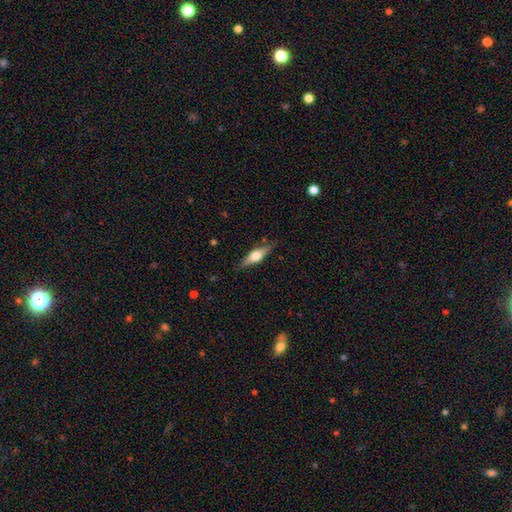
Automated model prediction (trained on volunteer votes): Morphology: type=featured or disk (66%); edge-on=yes (96%); edge-on bulge=rounded (91%); merging=none (85%).